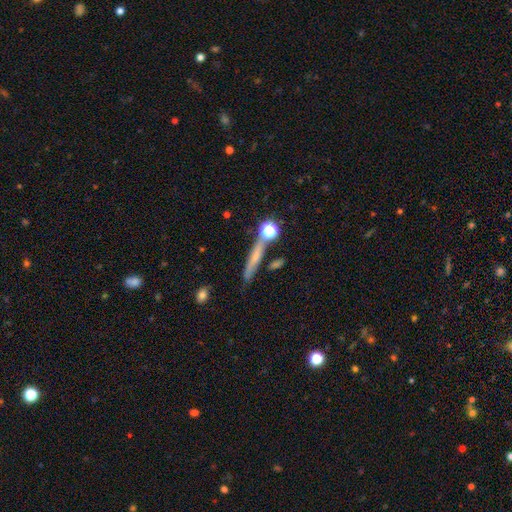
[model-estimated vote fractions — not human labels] smooth-or-featured: smooth: 44% | featured or disk: 43% | star or artifact: 13%
  merging: none: 72% | minor disturbance: 13% | merger: 10% | major disturbance: 5%